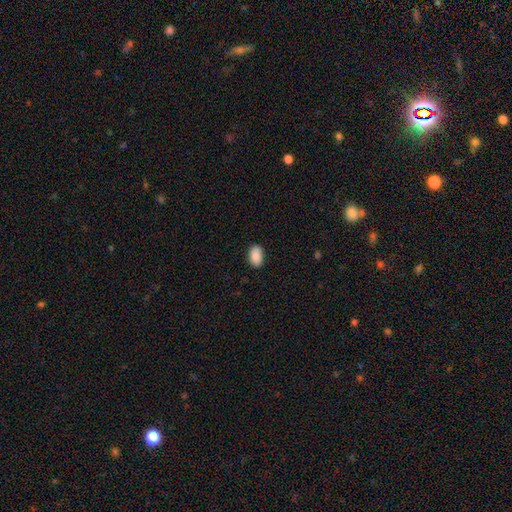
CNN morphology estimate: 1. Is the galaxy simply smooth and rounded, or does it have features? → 90% smooth, 7% star or artifact, 4% featured or disk.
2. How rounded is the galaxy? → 92% in between, 7% round, 1% cigar-shaped.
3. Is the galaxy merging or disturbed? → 87% none, 10% minor disturbance, 2% major disturbance, 1% merger.